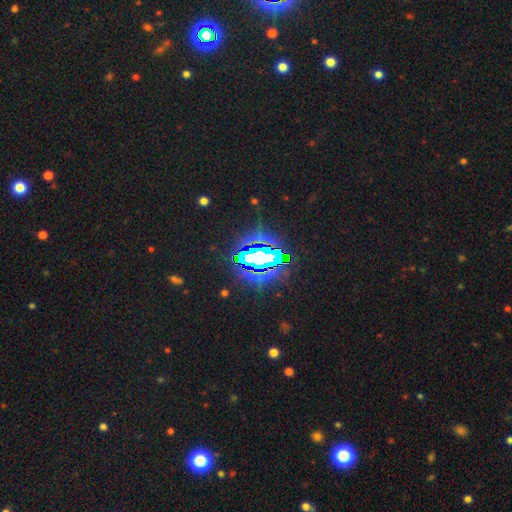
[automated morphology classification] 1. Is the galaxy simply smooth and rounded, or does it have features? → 68% star or artifact, 17% featured or disk, 14% smooth.